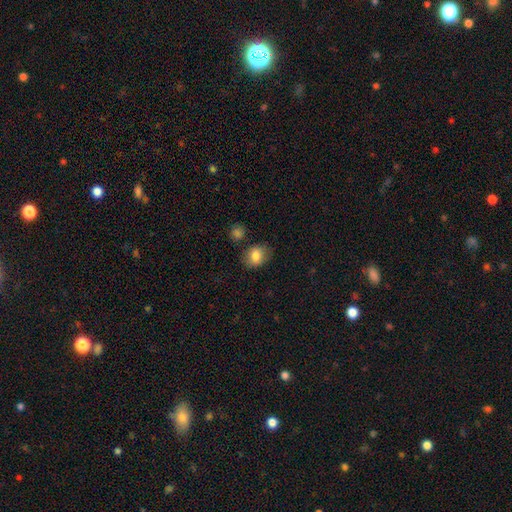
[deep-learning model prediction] Smooth or featured? Predicted: smooth (p=0.80). How rounded? Predicted: in between (p=0.56). Merging? Predicted: none (p=0.78).